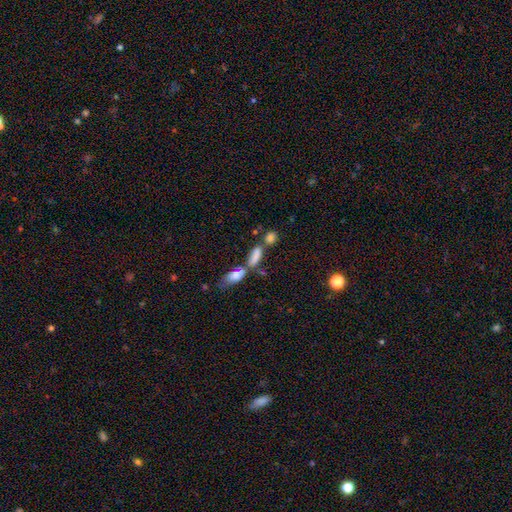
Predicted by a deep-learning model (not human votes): Smooth or featured?
  - smooth: 76% *
  - featured or disk: 13%
  - star or artifact: 11%
How rounded?
  - in between: 64% *
  - cigar-shaped: 32%
  - round: 5%
Merging?
  - merger: 53% *
  - none: 30%
  - minor disturbance: 10%
  - major disturbance: 6%